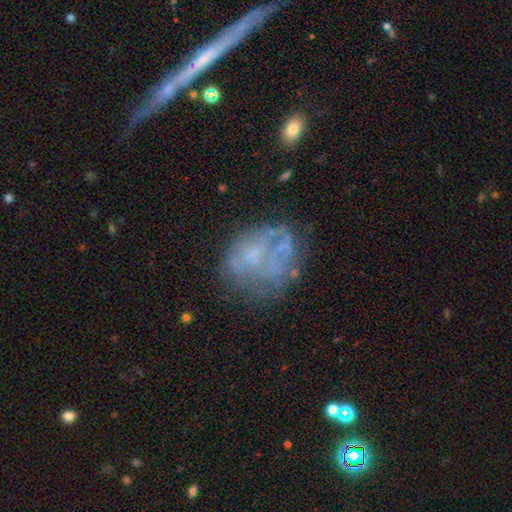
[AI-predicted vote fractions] The model was most divided on "smooth or featured": featured or disk: 57%, smooth: 28%, star or artifact: 16%. More confident: edge-on disk — no (97%); bar — no (88%); spiral arms — no (81%); bulge size — none (59%); merging — none (52%).